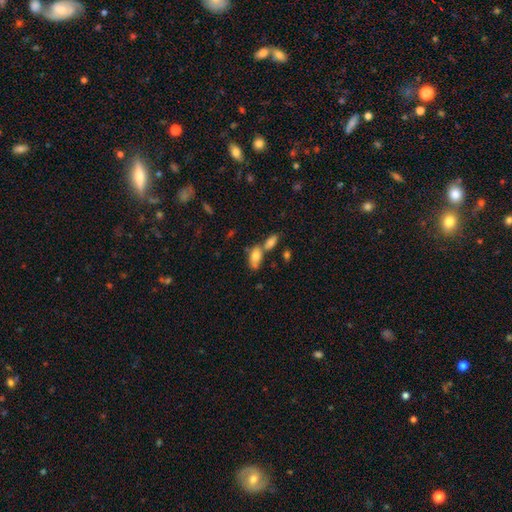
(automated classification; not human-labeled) Smooth or featured? smooth (76%)
How rounded? in between (87%)
Merging? merger (43%)